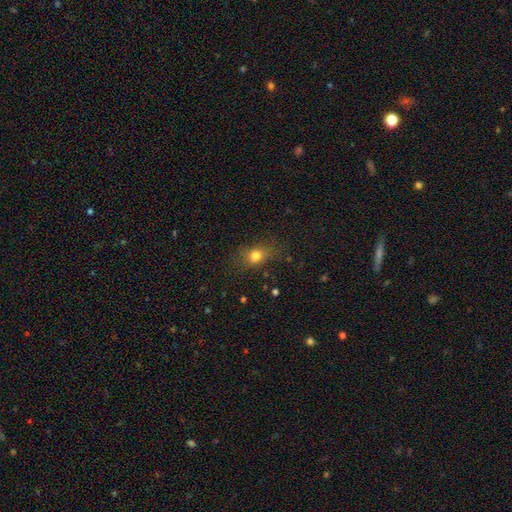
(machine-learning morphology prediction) Smooth or featured? smooth (74%)
How rounded? in between (52%)
Merging? none (70%)